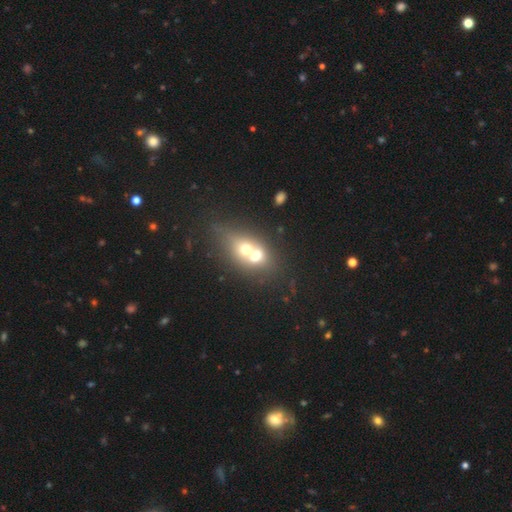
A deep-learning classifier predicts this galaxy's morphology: Overall: smooth (58%; featured or disk 30%). How rounded: in between (52%; round 45%). Merging: merger (72%).